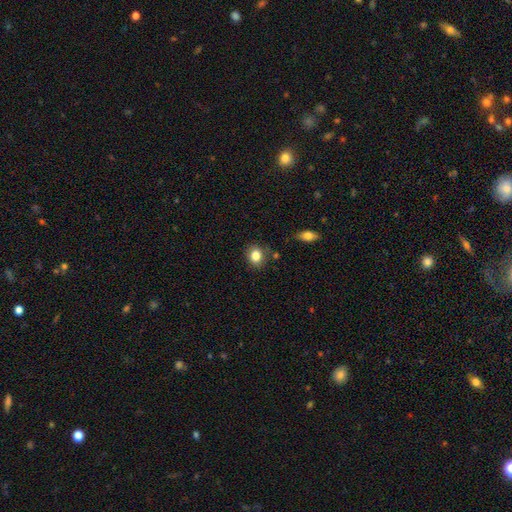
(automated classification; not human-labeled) Q: Smooth or featured?
A: smooth (83%); runner-up: star or artifact (10%)
Q: How rounded?
A: round (63%); runner-up: in between (36%)
Q: Merging?
A: none (82%); runner-up: minor disturbance (12%)